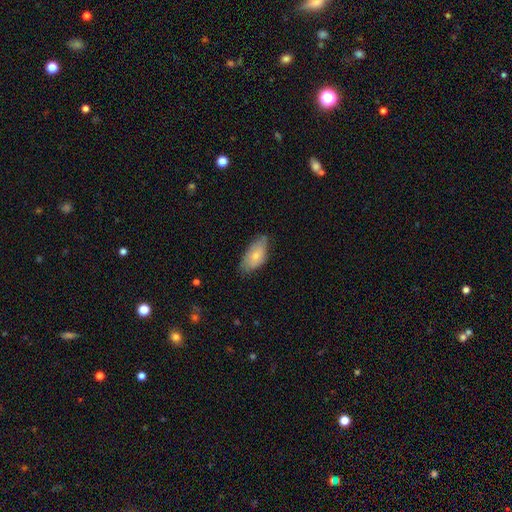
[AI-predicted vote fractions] A smooth galaxy with no disk features (73%) that is in between round and cigar-shaped (93%).

Vote fractions:
- Smooth or featured? smooth: 73% / featured or disk: 21% / star or artifact: 6%
- How rounded? in between: 93% / cigar-shaped: 4% / round: 3%
- Merging? none: 60% / minor disturbance: 33% / major disturbance: 6% / merger: 1%